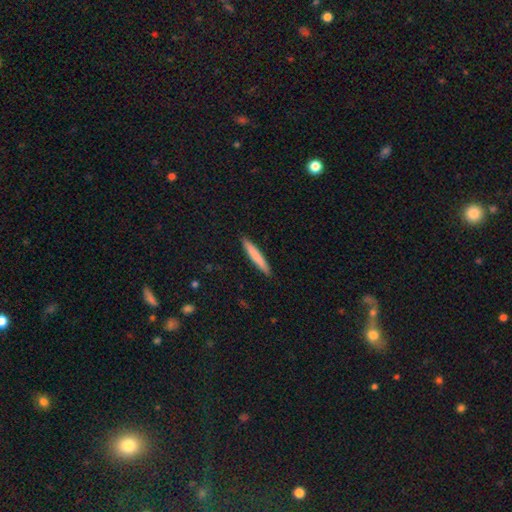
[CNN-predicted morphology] Smooth or featured? smooth (77%)
How rounded? cigar-shaped (95%)
Merging? none (91%)